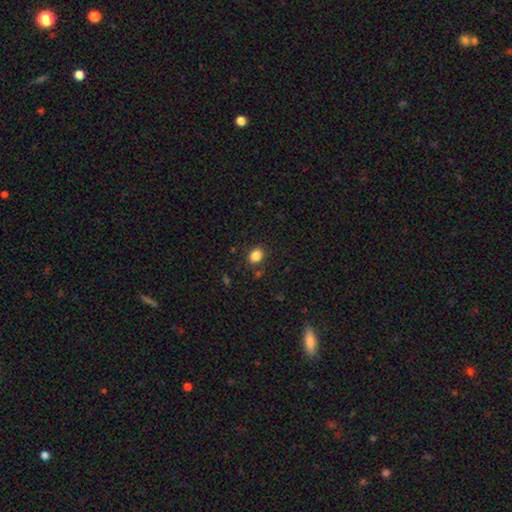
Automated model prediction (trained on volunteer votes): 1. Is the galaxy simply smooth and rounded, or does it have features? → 85% smooth, 11% star or artifact, 4% featured or disk.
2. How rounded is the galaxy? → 58% in between, 41% round, 1% cigar-shaped.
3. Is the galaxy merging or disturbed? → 84% none, 10% minor disturbance, 3% major disturbance, 3% merger.